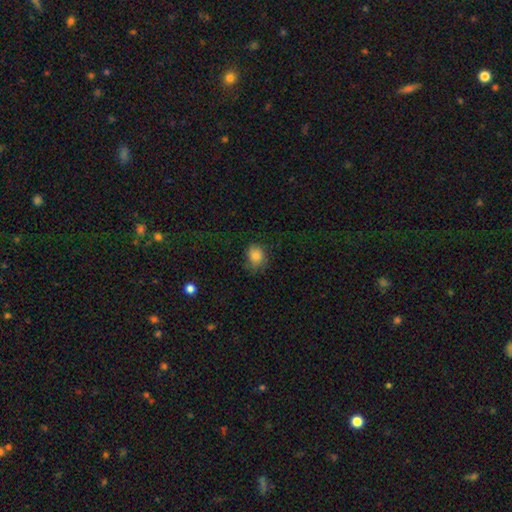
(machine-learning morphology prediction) Smooth or featured: smooth — 82% (star or artifact — 10%)
How rounded: round — 58% (in between — 41%)
Merging: none — 65% (minor disturbance — 25%)